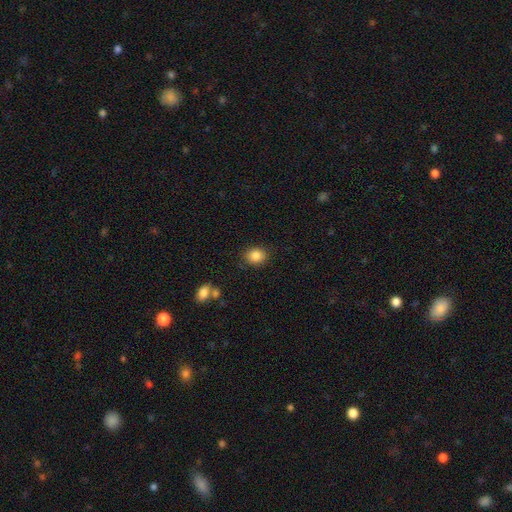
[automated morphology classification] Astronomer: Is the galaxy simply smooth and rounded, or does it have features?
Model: smooth — 86%.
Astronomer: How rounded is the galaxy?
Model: round — 64%.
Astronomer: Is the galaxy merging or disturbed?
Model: none — 85%.